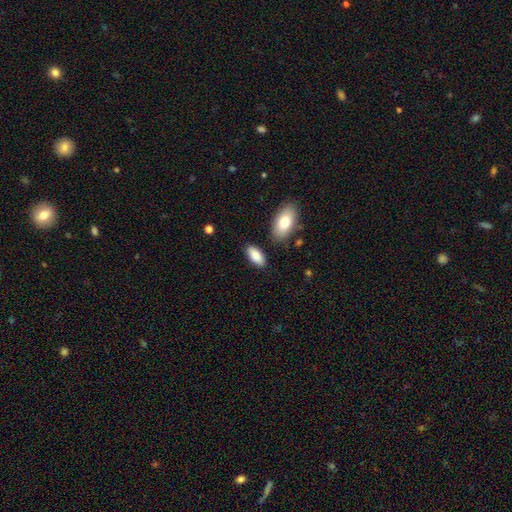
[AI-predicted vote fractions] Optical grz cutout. It shows a smooth galaxy with no disk features (87%) that is in between round and cigar-shaped (88%). Merging: none (82%).